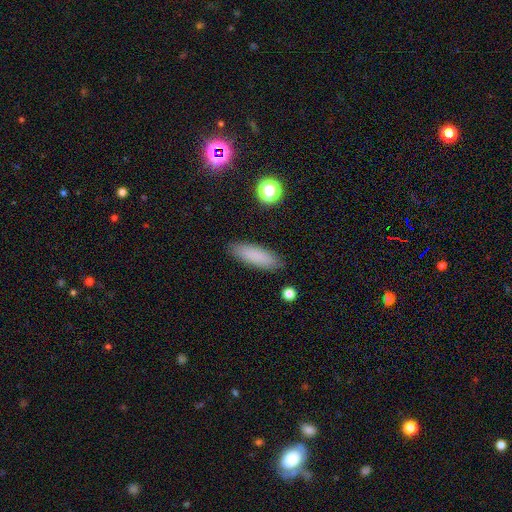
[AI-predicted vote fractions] smooth 85%, star or artifact 8%, featured or disk 7%. Down the decision tree: how rounded — cigar-shaped (51%); merging — none (89%).